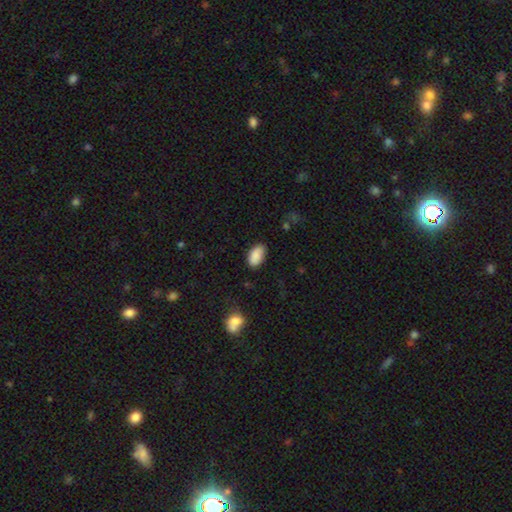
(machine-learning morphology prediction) The model was most divided on "merging": none: 79%, minor disturbance: 16%, major disturbance: 3%, merger: 2%. More confident: how rounded — in between (94%); smooth or featured — smooth (88%).